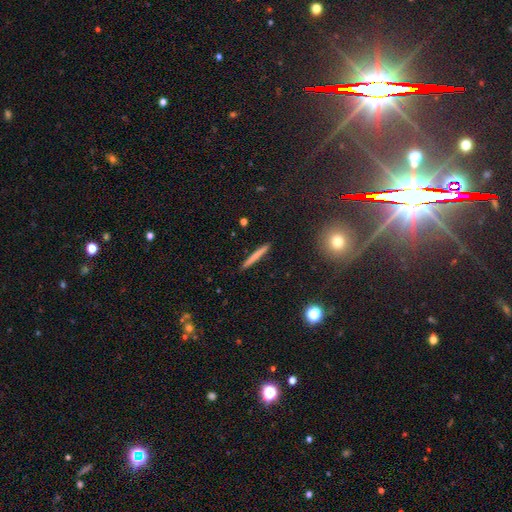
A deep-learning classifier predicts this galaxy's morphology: smooth-or-featured: smooth: 69% | featured or disk: 23% | star or artifact: 8%
  how-rounded: cigar-shaped: 96% | in between: 3% | round: 2%
  merging: none: 92% | minor disturbance: 6% | major disturbance: 1% | merger: 1%